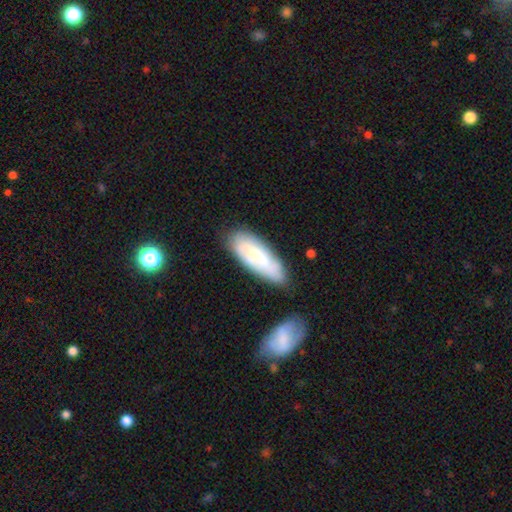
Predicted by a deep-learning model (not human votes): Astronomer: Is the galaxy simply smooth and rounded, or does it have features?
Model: smooth — 48% (runner-up: featured or disk, 45%).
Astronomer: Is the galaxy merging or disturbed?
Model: none — 64%.